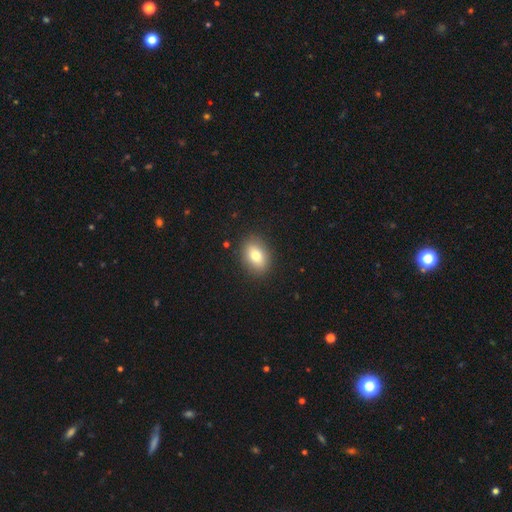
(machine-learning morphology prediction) A smooth galaxy with no disk features (77%) that is in between round and cigar-shaped (77%). Merging: none (88%).